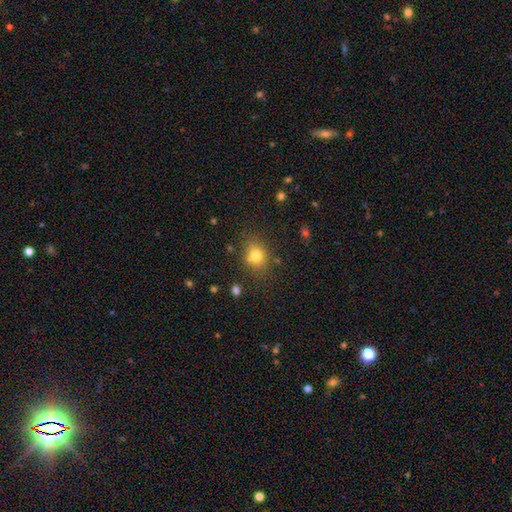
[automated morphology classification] Smooth or featured? smooth (77%)
How rounded? round (58%)
Merging? none (73%)